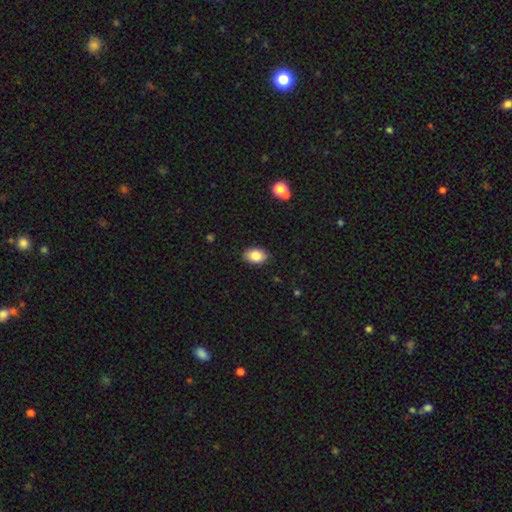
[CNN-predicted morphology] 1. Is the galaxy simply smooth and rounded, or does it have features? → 84% smooth, 8% featured or disk, 8% star or artifact.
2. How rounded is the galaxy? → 85% in between, 14% round, 1% cigar-shaped.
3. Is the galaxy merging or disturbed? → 88% none, 9% minor disturbance, 2% major disturbance, 1% merger.